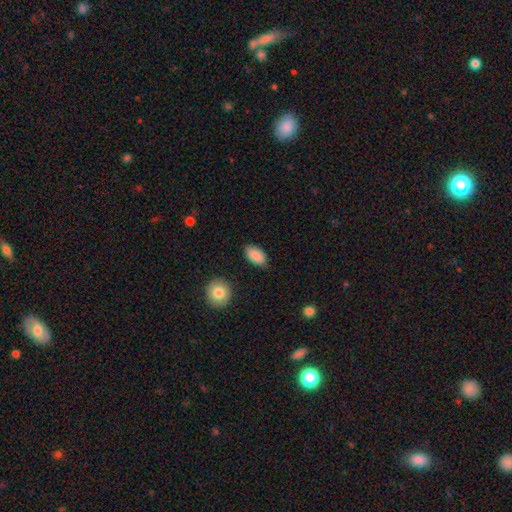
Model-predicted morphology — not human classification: The model was most divided on "merging": none: 83%, minor disturbance: 13%, major disturbance: 2%, merger: 2%. More confident: how rounded — in between (93%); smooth or featured — smooth (88%).